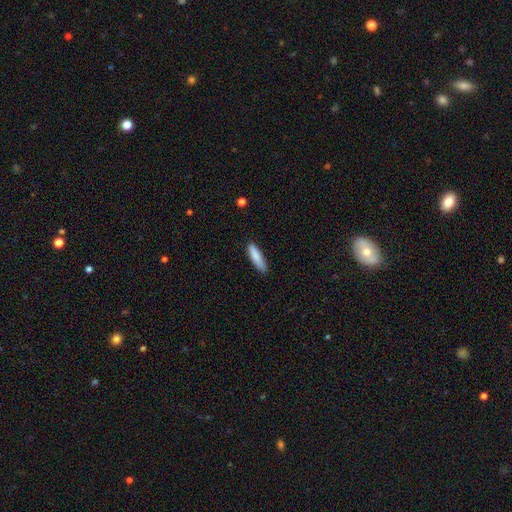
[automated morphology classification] smooth_or_featured: smooth (p=0.86) [alt: featured or disk p=0.08]
how_rounded: cigar-shaped (p=0.70) [alt: in between p=0.29]
merging: none (p=0.83) [alt: minor disturbance p=0.14]